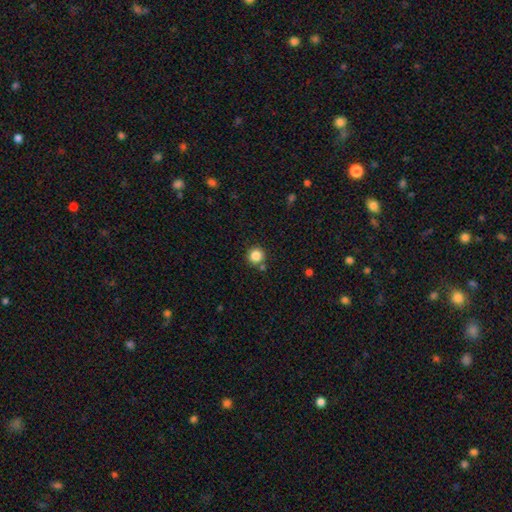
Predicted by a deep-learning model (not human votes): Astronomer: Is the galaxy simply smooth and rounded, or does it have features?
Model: smooth — 85%.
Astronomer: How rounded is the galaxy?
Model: round — 95%.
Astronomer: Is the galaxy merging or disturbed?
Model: none — 85%.